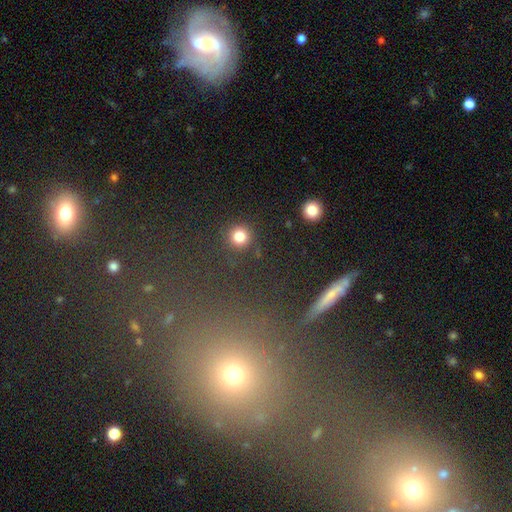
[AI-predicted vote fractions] This is marginally a smooth galaxy (42%). Merging: likely none (72%).